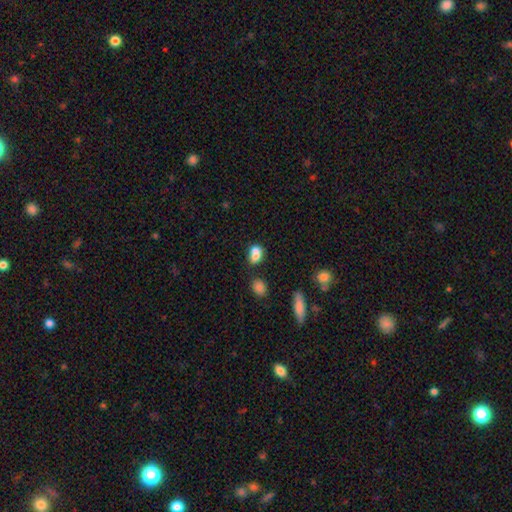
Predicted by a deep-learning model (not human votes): Smooth or featured: smooth — 75% (featured or disk — 14%)
How rounded: in between — 58% (round — 40%)
Merging: merger — 56% (none — 30%)